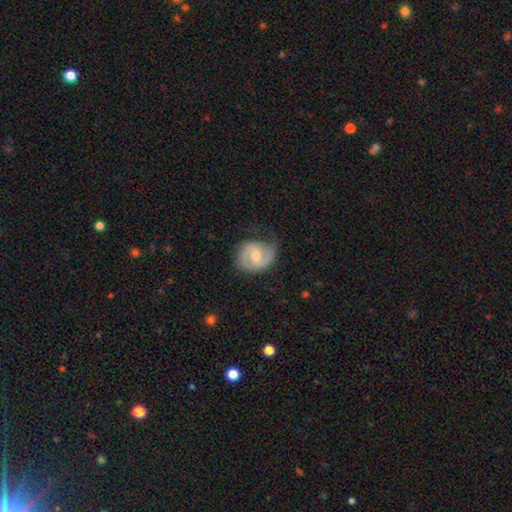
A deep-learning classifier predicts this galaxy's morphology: The model was most divided on "bar": weak: 50%, no: 36%, strong: 14%. Remaining: edge-on disk — no (98%); spiral arms — yes (95%); spiral arm count — 2 (88%); smooth or featured — featured or disk (83%); merging — none (70%); bulge size — moderate (66%); spiral winding — medium (49%).